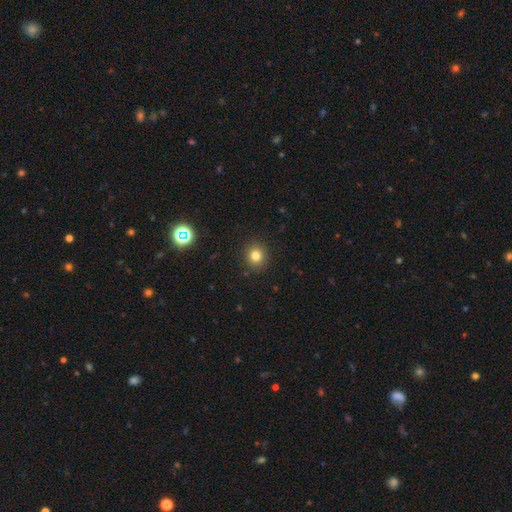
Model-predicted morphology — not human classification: This is likely a smooth galaxy (79%). How rounded: clearly round (87%). Merging: clearly none (90%).